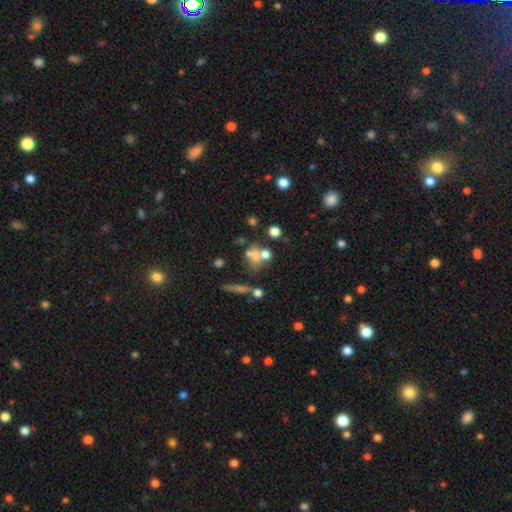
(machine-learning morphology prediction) Smooth or featured: smooth — 55% (featured or disk — 26%)
How rounded: round — 61% (in between — 34%)
Merging: merger — 43% (none — 38%)